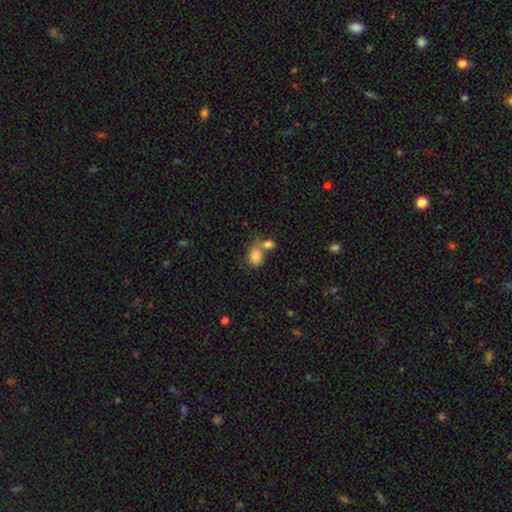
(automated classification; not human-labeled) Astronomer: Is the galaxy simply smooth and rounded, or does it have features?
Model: smooth — 83%.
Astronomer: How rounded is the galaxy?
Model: in between — 67%.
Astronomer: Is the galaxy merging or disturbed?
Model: merger — 48% (runner-up: none, 34%).